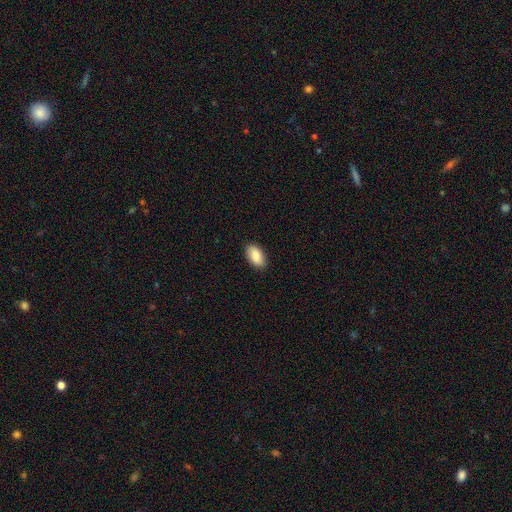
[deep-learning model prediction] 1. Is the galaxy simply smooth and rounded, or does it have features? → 85% smooth, 9% featured or disk, 7% star or artifact.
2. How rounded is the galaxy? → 93% in between, 4% round, 2% cigar-shaped.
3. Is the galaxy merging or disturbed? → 89% none, 8% minor disturbance, 2% major disturbance, 1% merger.